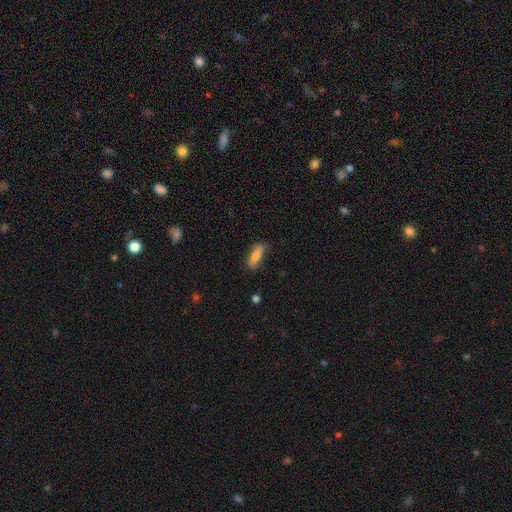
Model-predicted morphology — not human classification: Smooth or featured? Predicted: smooth (p=0.71). How rounded? Predicted: in between (p=0.49). Merging? Predicted: none (p=0.77).